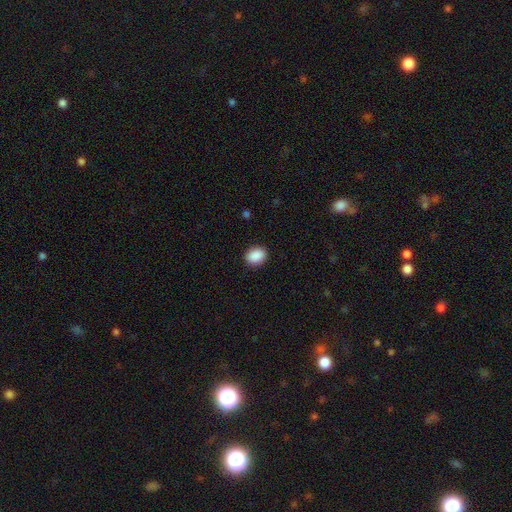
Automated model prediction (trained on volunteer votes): smooth 90%, star or artifact 8%, featured or disk 3%. Down the decision tree: how rounded — in between (65%); merging — none (90%).